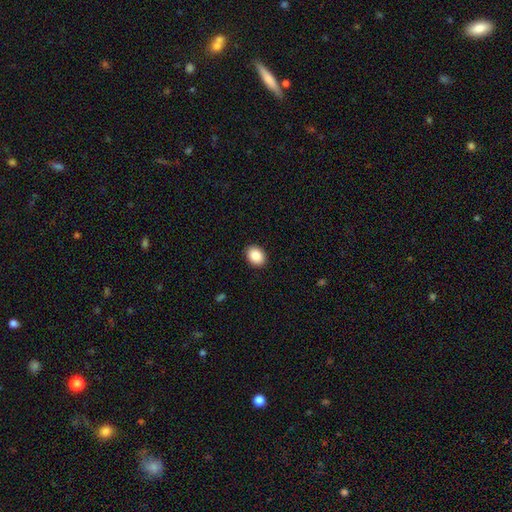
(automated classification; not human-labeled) Q: Smooth or featured?
A: smooth (87%); runner-up: star or artifact (8%)
Q: How rounded?
A: in between (64%); runner-up: round (35%)
Q: Merging?
A: none (91%); runner-up: minor disturbance (7%)